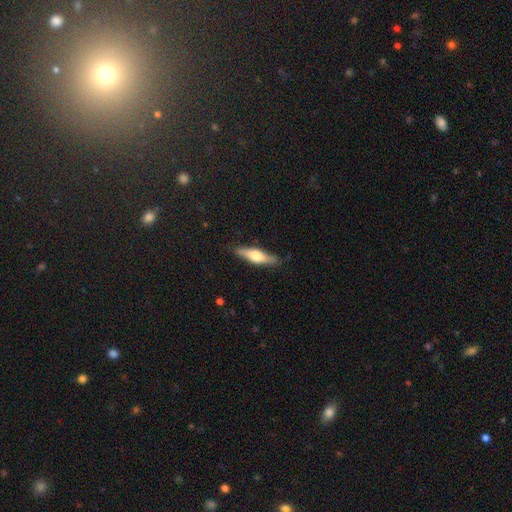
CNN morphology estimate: This appears to be a smooth galaxy with no disk features (47%, tied with featured or disk). Merging: none (83%).